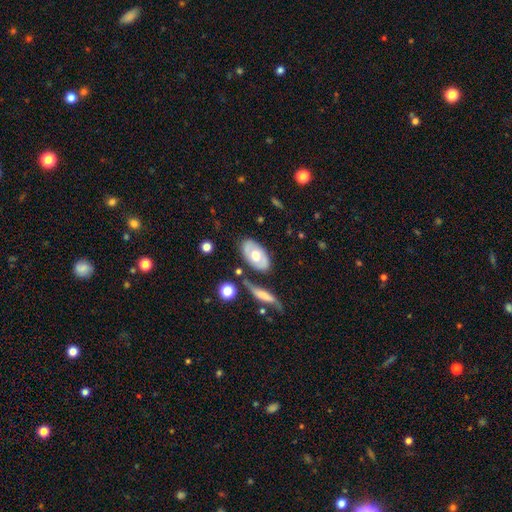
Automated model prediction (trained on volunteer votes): smooth_or_featured: featured or disk (p=0.50) [alt: smooth p=0.44]
disk_edge_on: no (p=0.86) [alt: yes p=0.14]
merging: none (p=0.70) [alt: minor disturbance p=0.16]